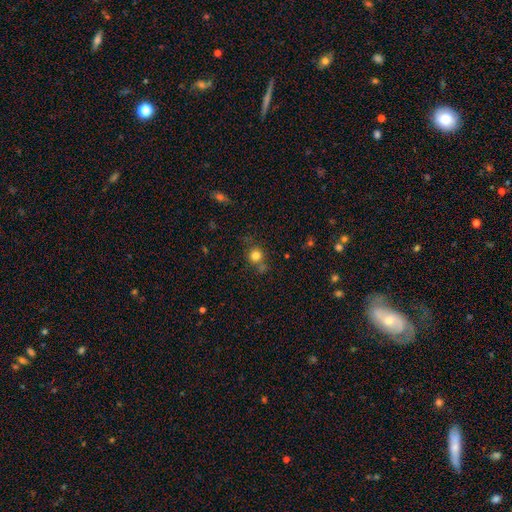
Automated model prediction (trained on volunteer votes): Overall: smooth (80%). How rounded: round (89%). Merging: none (67%).